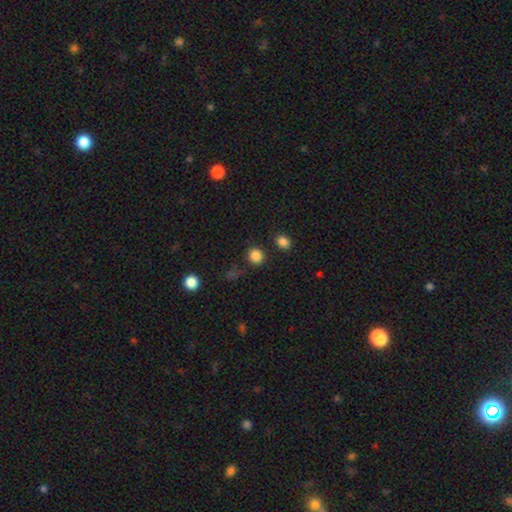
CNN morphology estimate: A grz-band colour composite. It shows a smooth galaxy with no disk features (85%) that is round (84%). Merging: none (85%).